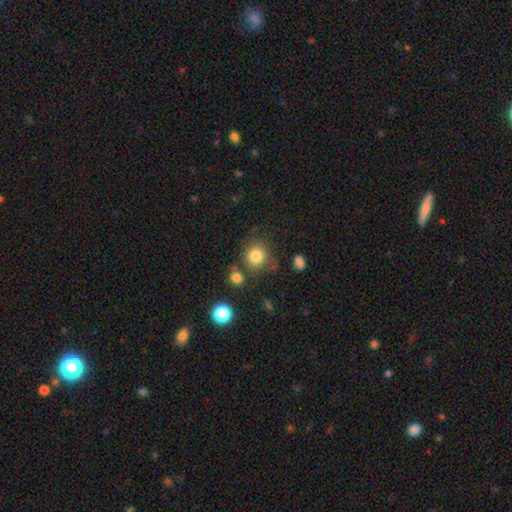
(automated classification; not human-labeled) A smooth galaxy with no disk features (81%) that is round (87%). Merging: none (71%).